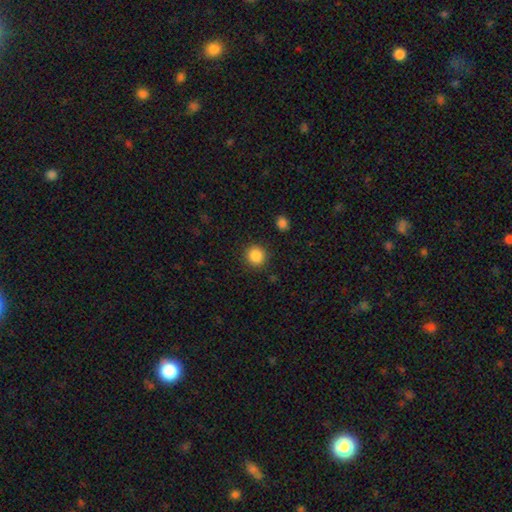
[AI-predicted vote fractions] smooth 87%, star or artifact 10%, featured or disk 4%. Down the decision tree: how rounded — round (94%); merging — none (90%).